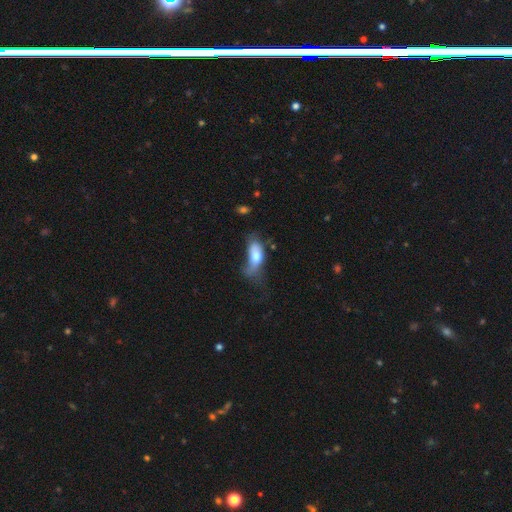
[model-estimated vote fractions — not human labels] Smooth or featured? Predicted: smooth (p=0.69). How rounded? Predicted: in between (p=0.80). Merging? Predicted: major disturbance (p=0.43).